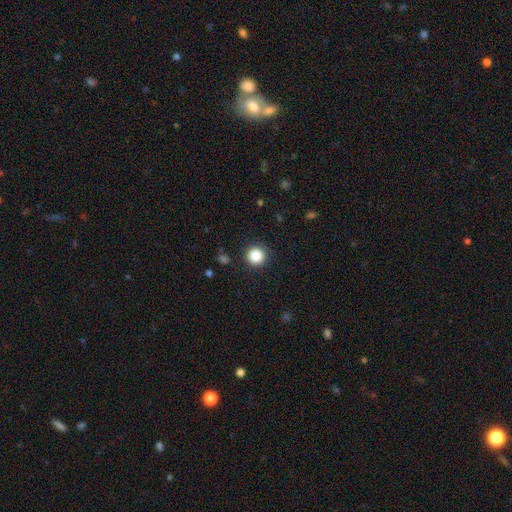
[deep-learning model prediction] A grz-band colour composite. It shows a smooth galaxy with no disk features (86%) that is round (95%). Merging: none (90%).